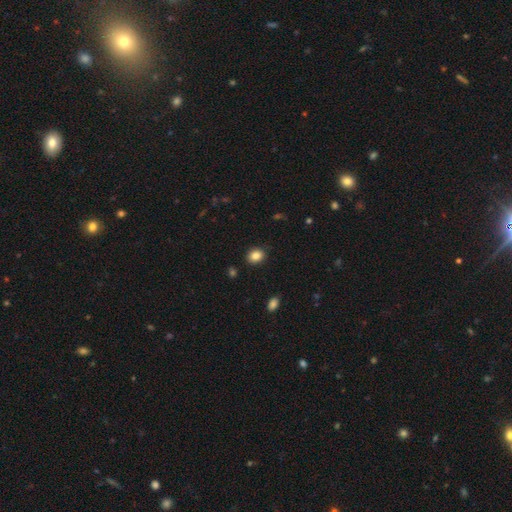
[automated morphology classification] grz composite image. It shows a smooth galaxy with no disk features (86%) that is round (52%). Merging: none (87%).